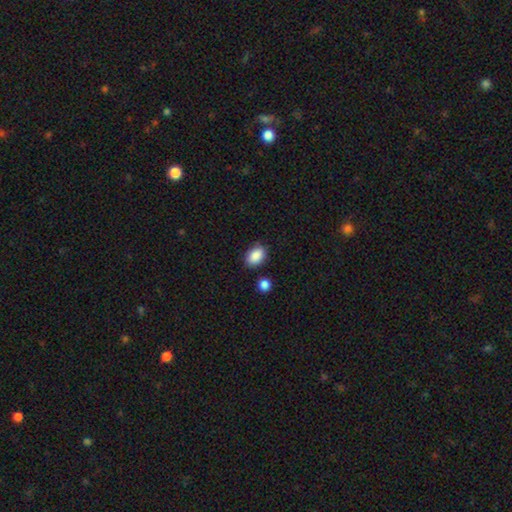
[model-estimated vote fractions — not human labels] Smooth or featured? smooth (88%)
How rounded? in between (81%)
Merging? none (80%)